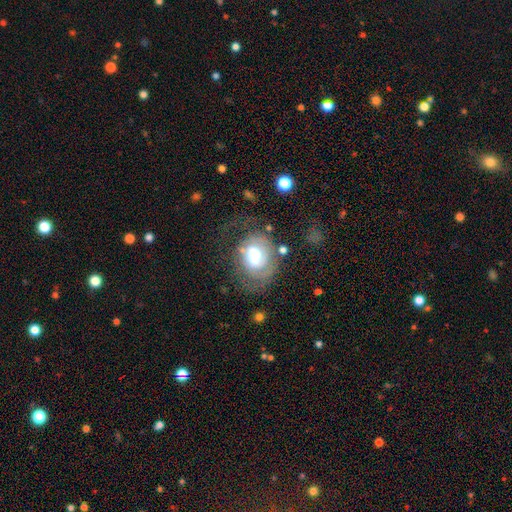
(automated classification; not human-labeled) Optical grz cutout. It shows a featured or disk galaxy (64%) with no bar (44%, tied with weak), spiral arms (78%) and a moderate central bulge (54%). Merging: none (43%).